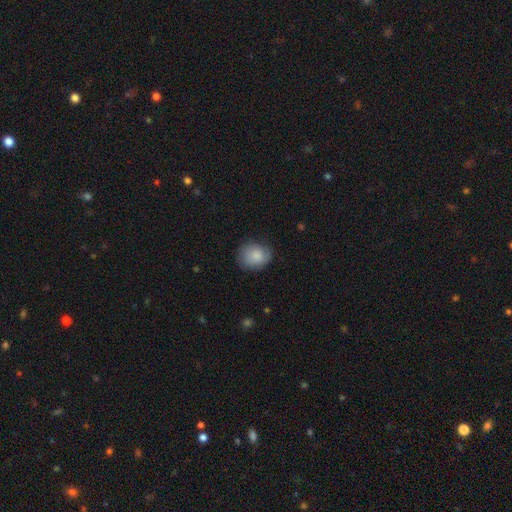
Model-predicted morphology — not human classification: smooth_or_featured: smooth (p=0.82) [alt: featured or disk p=0.11]
how_rounded: round (p=0.61) [alt: in between p=0.38]
merging: none (p=0.72) [alt: minor disturbance p=0.22]